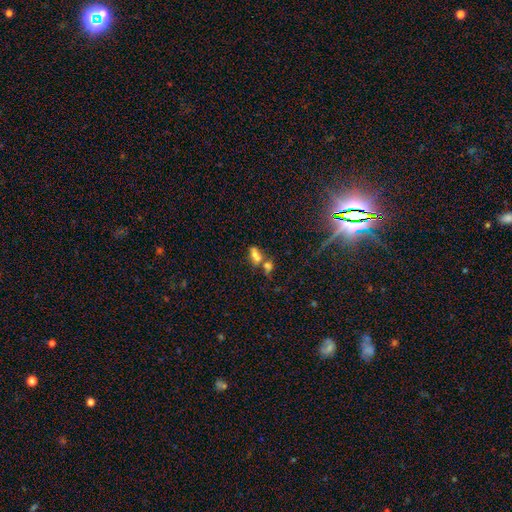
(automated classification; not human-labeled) Smooth or featured: smooth — 61% (featured or disk — 20%)
How rounded: in between — 72% (cigar-shaped — 15%)
Merging: merger — 55% (none — 27%)